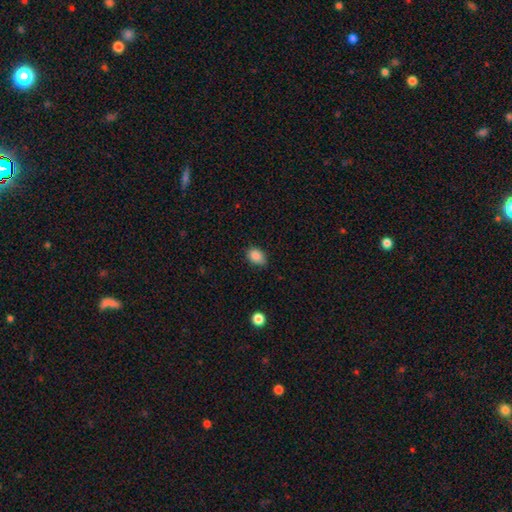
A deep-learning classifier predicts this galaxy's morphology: Smooth or featured?
  - smooth: 87% *
  - star or artifact: 9%
  - featured or disk: 4%
How rounded?
  - in between: 70% *
  - round: 29%
  - cigar-shaped: 1%
Merging?
  - none: 69% *
  - minor disturbance: 26%
  - major disturbance: 4%
  - merger: 1%